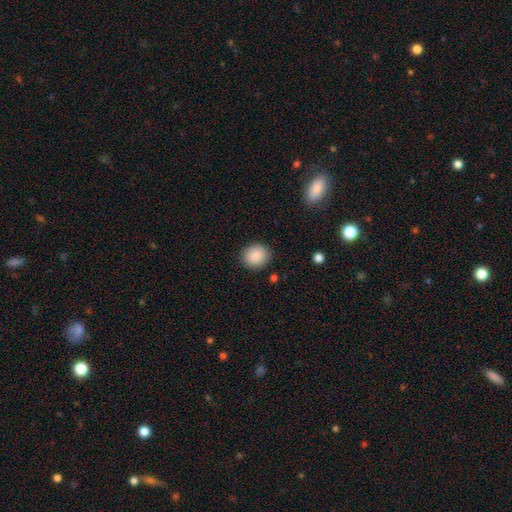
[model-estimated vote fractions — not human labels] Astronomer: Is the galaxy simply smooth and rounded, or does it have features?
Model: smooth — 87%.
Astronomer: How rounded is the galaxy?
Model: round — 75%.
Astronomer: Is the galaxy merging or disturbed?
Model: none — 88%.